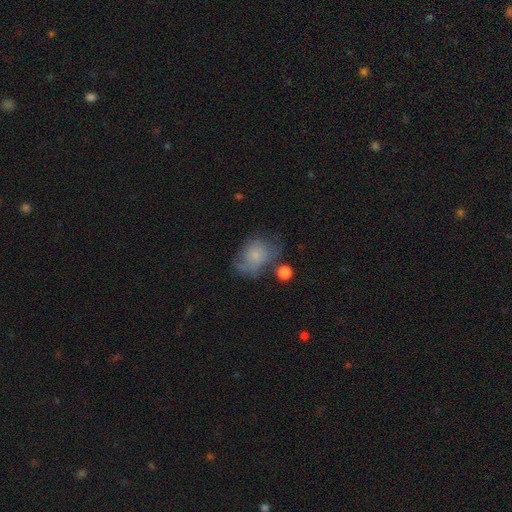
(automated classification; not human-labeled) Smooth or featured? Predicted: smooth (p=0.55). How rounded? Predicted: in between (p=0.65). Merging? Predicted: none (p=0.42).